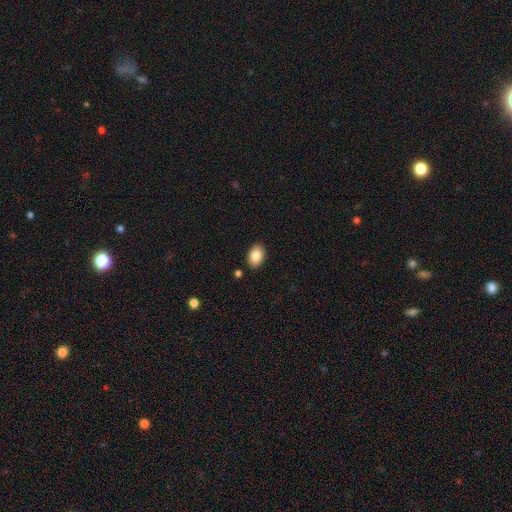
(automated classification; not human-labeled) Smooth or featured: smooth — 86% (star or artifact — 7%)
How rounded: in between — 87% (round — 12%)
Merging: none — 88% (minor disturbance — 8%)